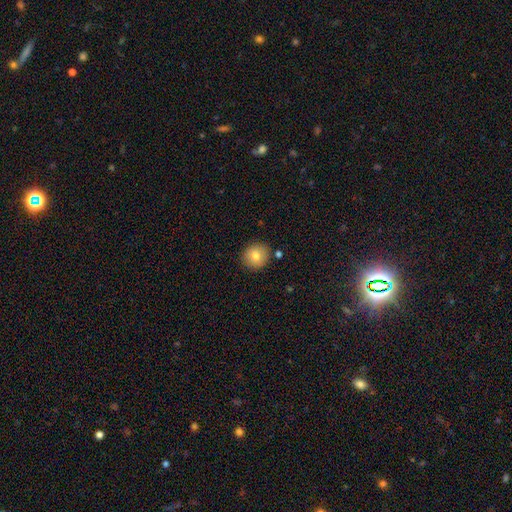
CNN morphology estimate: smooth-or-featured: smooth: 80% | featured or disk: 11% | star or artifact: 9%
  how-rounded: round: 87% | in between: 12% | cigar-shaped: 1%
  merging: none: 86% | minor disturbance: 8% | merger: 4% | major disturbance: 2%